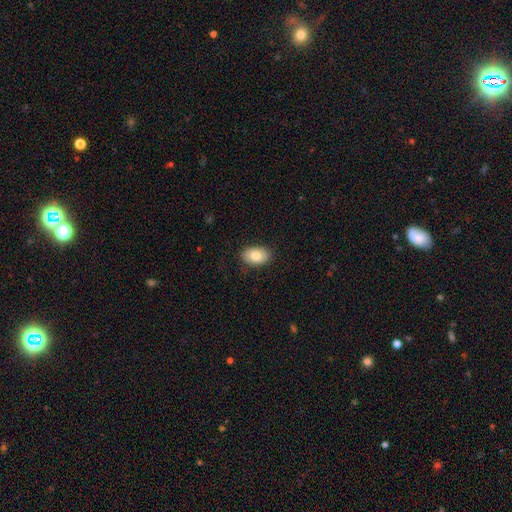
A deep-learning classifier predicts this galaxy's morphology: Q: Smooth or featured?
A: smooth (82%); runner-up: featured or disk (11%)
Q: How rounded?
A: in between (89%); runner-up: round (10%)
Q: Merging?
A: none (87%); runner-up: minor disturbance (10%)